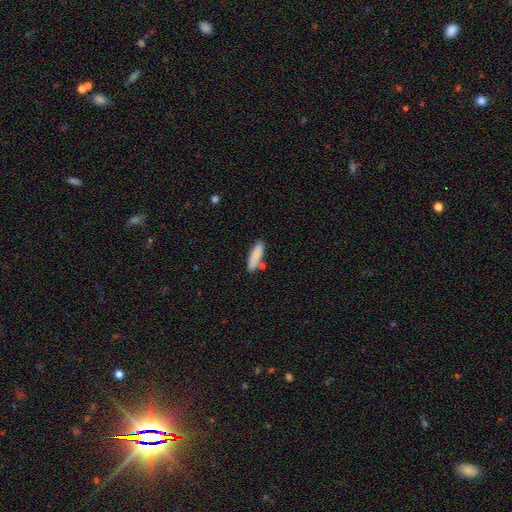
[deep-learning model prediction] A smooth galaxy with no disk features (84%) that is cigar-shaped (61%).

Vote fractions:
- Smooth or featured? smooth: 84% / featured or disk: 9% / star or artifact: 6%
- How rounded? cigar-shaped: 61% / in between: 37% / round: 2%
- Merging? none: 74% / minor disturbance: 14% / merger: 10% / major disturbance: 3%